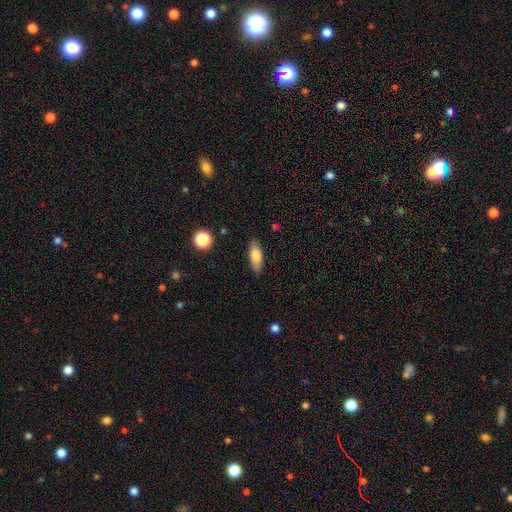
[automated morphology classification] This appears to be a smooth galaxy with no disk features (78%) that is in between round and cigar-shaped (72%). Merging: none (86%).